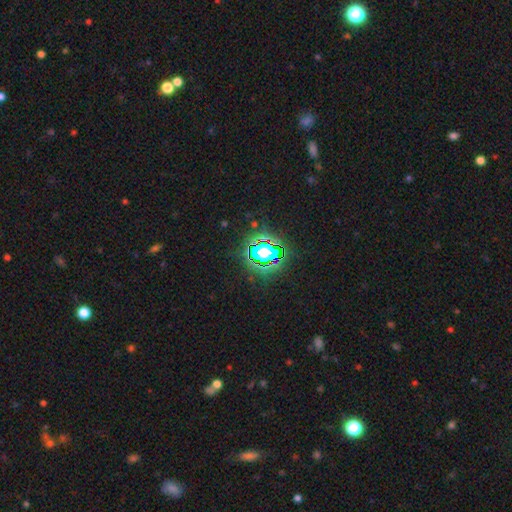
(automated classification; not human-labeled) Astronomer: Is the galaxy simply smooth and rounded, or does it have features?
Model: star or artifact — 78%.